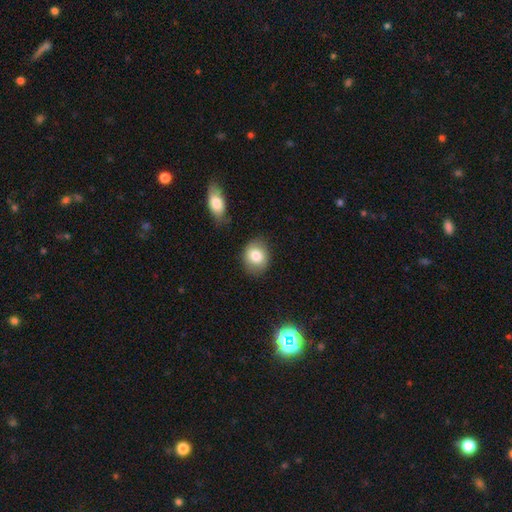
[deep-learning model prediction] Smooth or featured? Predicted: smooth (p=0.81). How rounded? Predicted: round (p=0.61). Merging? Predicted: none (p=0.78).